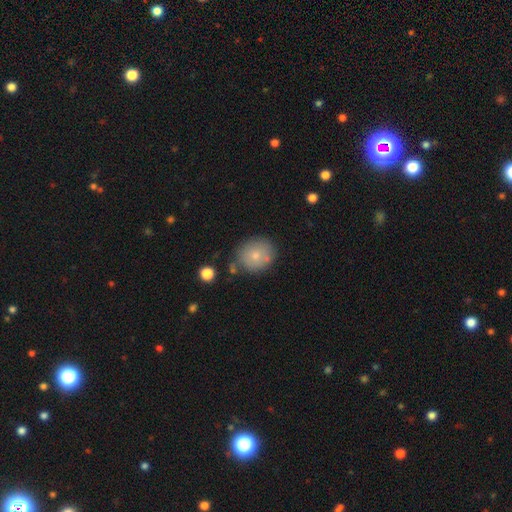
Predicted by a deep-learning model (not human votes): smooth 76%, featured or disk 15%, star or artifact 9%. Down the decision tree: how rounded — round (78%); merging — none (73%).